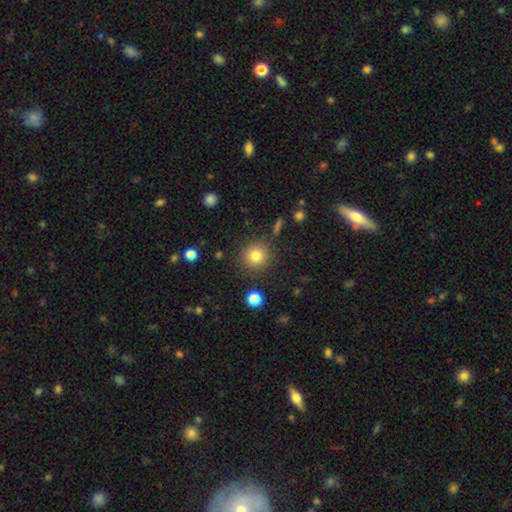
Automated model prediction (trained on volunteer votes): Overall: smooth (81%). How rounded: round (93%). Merging: none (88%).